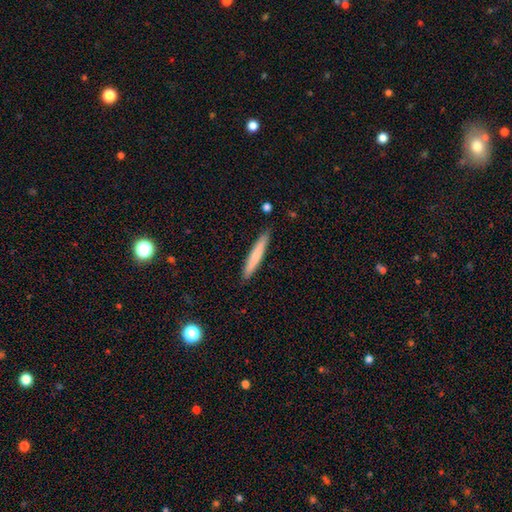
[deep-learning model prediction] Overall: smooth (72%). How rounded: cigar-shaped (94%). Merging: none (90%).